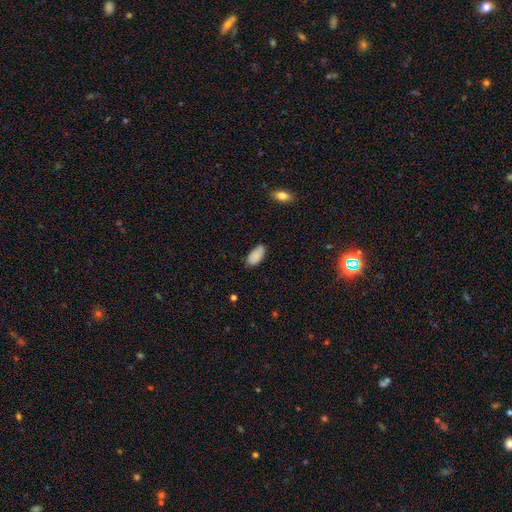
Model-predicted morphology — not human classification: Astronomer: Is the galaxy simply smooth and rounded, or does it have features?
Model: smooth — 87%.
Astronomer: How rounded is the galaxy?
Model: in between — 93%.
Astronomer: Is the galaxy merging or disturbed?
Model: none — 75%.